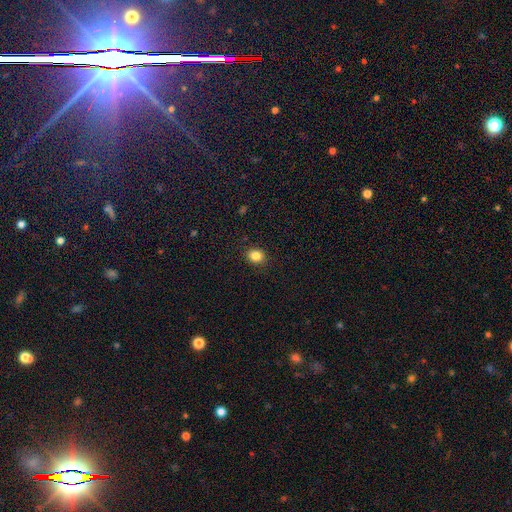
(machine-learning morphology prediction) Smooth or featured: smooth — 84% (star or artifact — 11%)
How rounded: round — 63% (in between — 36%)
Merging: none — 89% (minor disturbance — 7%)